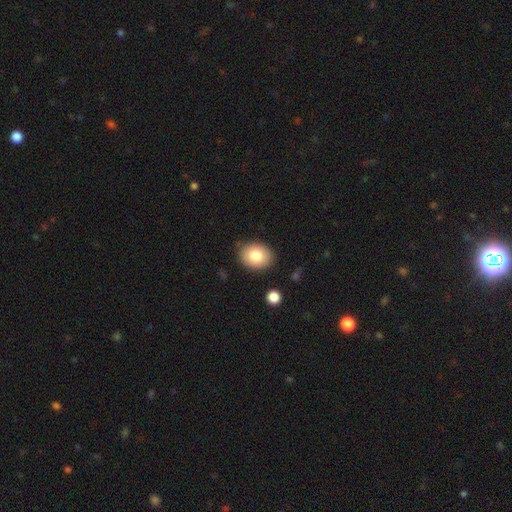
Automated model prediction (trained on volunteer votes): The model was most divided on "how rounded": in between: 56%, round: 43%, cigar-shaped: 1%. More confident: merging — none (85%); smooth or featured — smooth (81%).